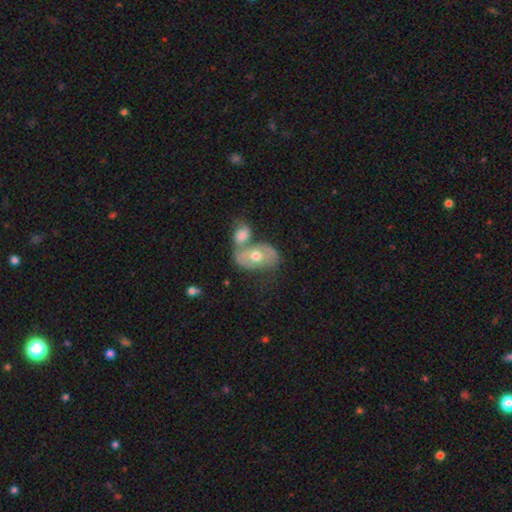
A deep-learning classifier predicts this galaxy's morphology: This appears to be a featured or disk galaxy (59%) with no bar (67%), spiral arms (60%) and a moderate central bulge (76%). Merging: merger (48%).